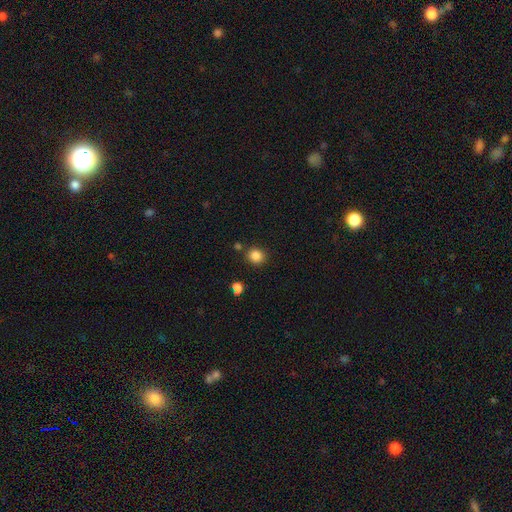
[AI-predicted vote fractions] A smooth galaxy with no disk features (85%) that is round (84%). Merging: none (84%).